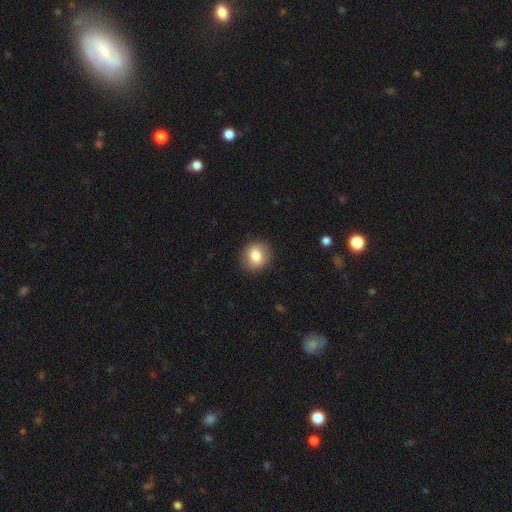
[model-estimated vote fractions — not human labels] Morphology: type=smooth (81%); roundness=round (76%); merging=none (89%).